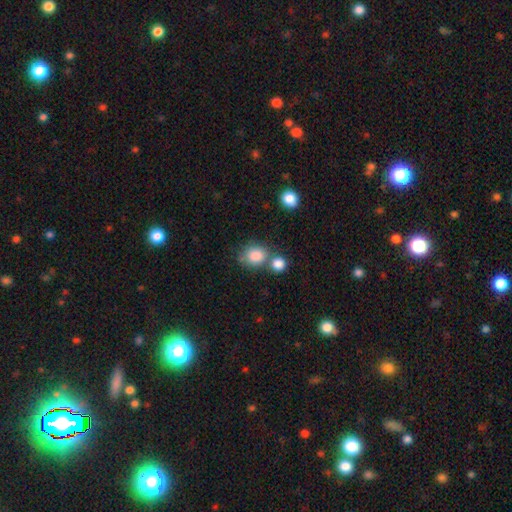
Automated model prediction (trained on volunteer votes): smooth_or_featured: smooth (p=0.85) [alt: star or artifact p=0.09]
how_rounded: round (p=0.66) [alt: in between p=0.33]
merging: none (p=0.52) [alt: merger p=0.31]